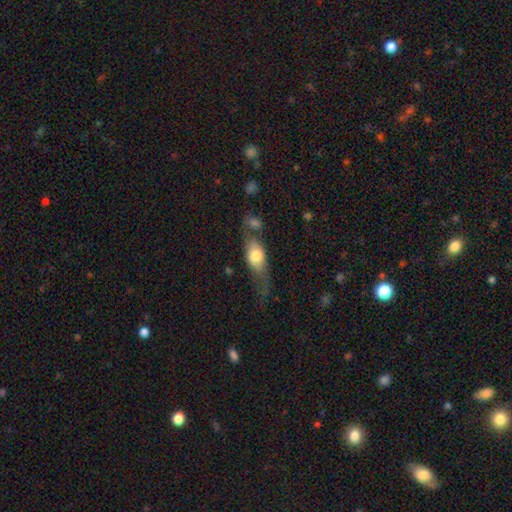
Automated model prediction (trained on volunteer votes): Smooth or featured? Predicted: smooth (p=0.59). How rounded? Predicted: in between (p=0.74). Merging? Predicted: none (p=0.39).